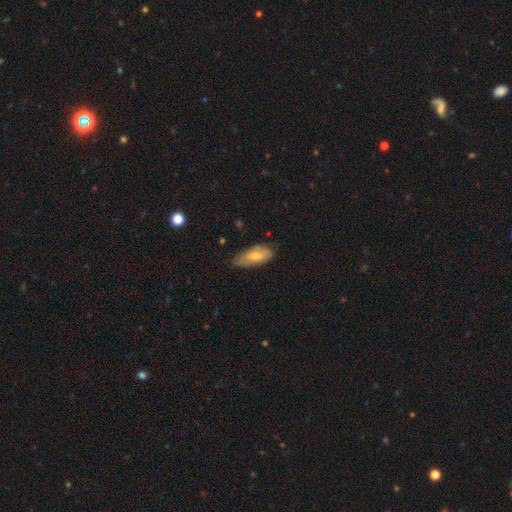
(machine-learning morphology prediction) Smooth or featured? smooth (68%)
How rounded? in between (85%)
Merging? none (62%)